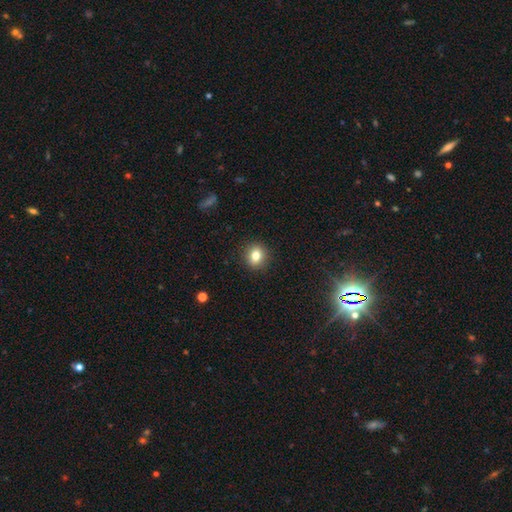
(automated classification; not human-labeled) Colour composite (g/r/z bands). It shows a smooth galaxy with no disk features (79%) that is round (74%). Merging: none (91%).